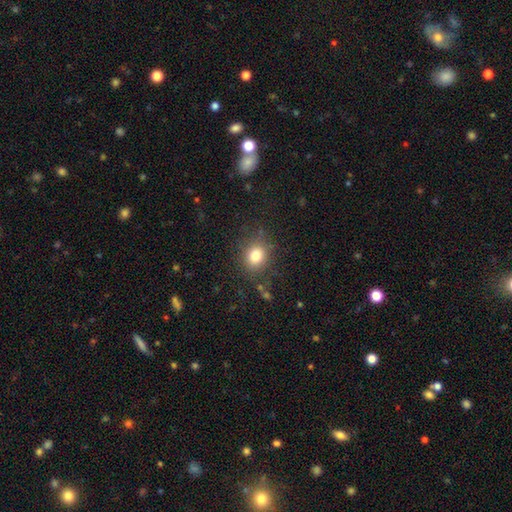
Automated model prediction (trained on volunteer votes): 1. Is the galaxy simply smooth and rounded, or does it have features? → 79% smooth, 13% star or artifact, 8% featured or disk.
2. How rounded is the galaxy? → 69% round, 30% in between, 1% cigar-shaped.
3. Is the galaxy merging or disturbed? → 83% none, 10% minor disturbance, 4% major disturbance, 2% merger.